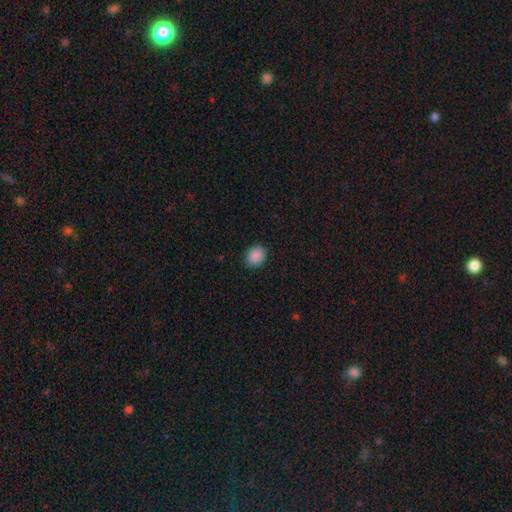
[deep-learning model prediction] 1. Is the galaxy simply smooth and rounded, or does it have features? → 89% smooth, 8% star or artifact, 2% featured or disk.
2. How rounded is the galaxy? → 55% round, 44% in between, 1% cigar-shaped.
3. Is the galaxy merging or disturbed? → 89% none, 8% minor disturbance, 2% major disturbance, 1% merger.